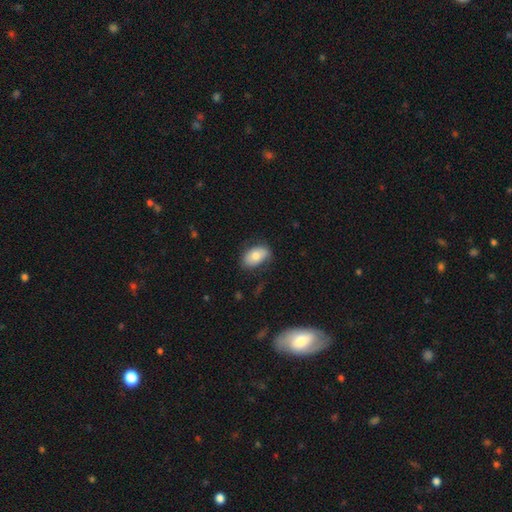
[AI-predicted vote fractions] smooth_or_featured: smooth (p=0.76) [alt: featured or disk p=0.17]
how_rounded: in between (p=0.92) [alt: round p=0.07]
merging: none (p=0.75) [alt: minor disturbance p=0.19]